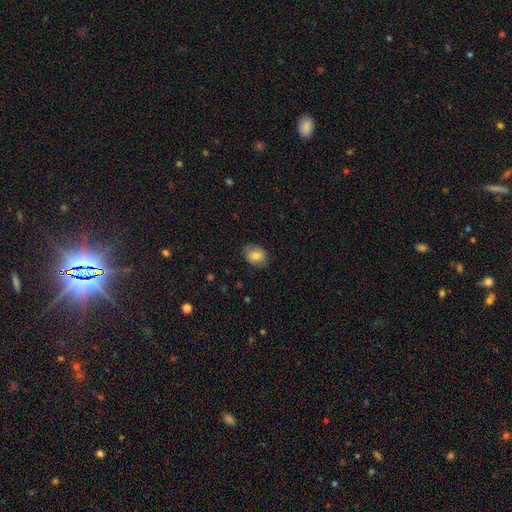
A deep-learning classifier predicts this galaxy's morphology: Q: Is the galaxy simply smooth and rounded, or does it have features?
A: smooth — 80%.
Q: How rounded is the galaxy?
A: in between — 57%.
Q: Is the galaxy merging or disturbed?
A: none — 77%.